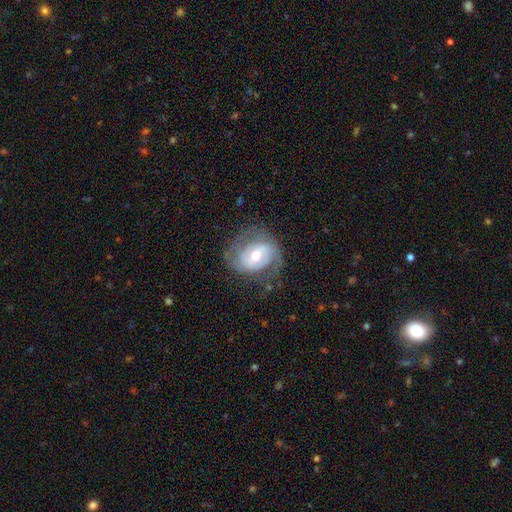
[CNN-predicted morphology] type=featured or disk (71%); edge-on=no (96%); bar=no (54%); spiral arms=yes (77%); winding=tight (42%); arm count=2 (66%); bulge=moderate (74%); merging=none (62%).